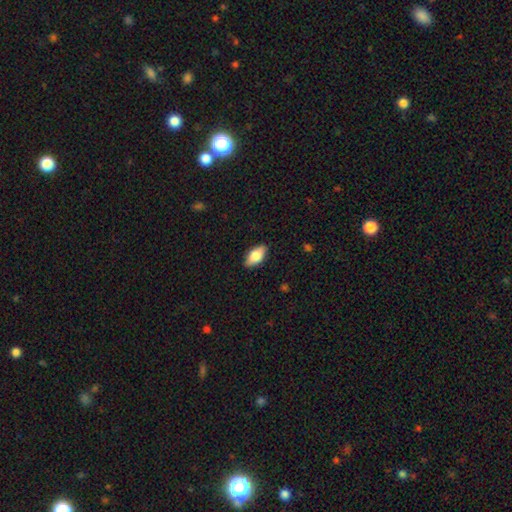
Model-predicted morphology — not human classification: Smooth or featured?
  - smooth: 75% *
  - featured or disk: 18%
  - star or artifact: 7%
How rounded?
  - in between: 89% *
  - cigar-shaped: 7%
  - round: 4%
Merging?
  - none: 88% *
  - minor disturbance: 10%
  - major disturbance: 2%
  - merger: 1%